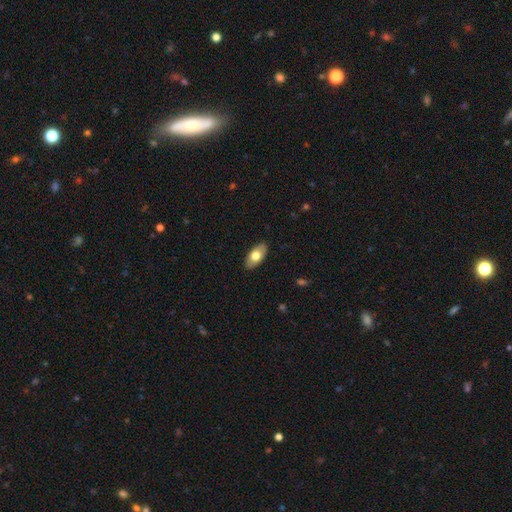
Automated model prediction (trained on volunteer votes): Q: Smooth or featured?
A: smooth (73%); runner-up: featured or disk (21%)
Q: How rounded?
A: in between (94%); runner-up: cigar-shaped (3%)
Q: Merging?
A: none (88%); runner-up: minor disturbance (9%)